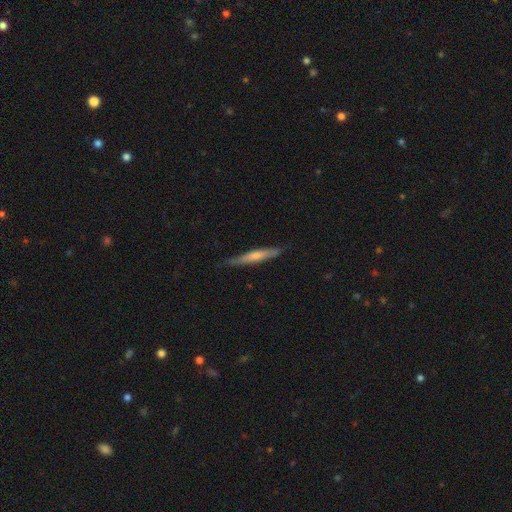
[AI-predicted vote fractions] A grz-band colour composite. It shows a smooth galaxy with no disk features (54%) that is cigar-shaped (93%). Merging: none (78%).